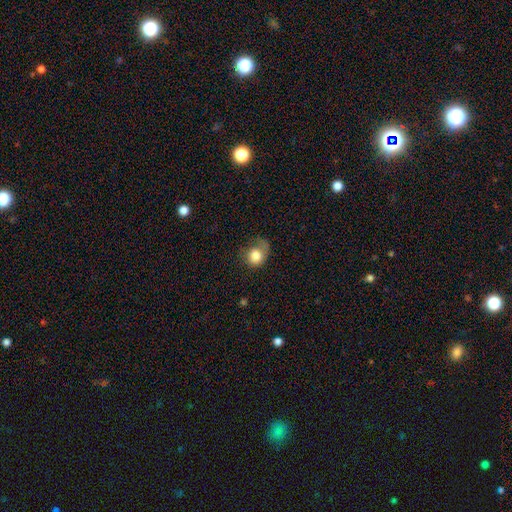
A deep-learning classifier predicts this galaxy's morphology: A smooth galaxy with no disk features (78%) that is round (68%). Merging: none (37%).